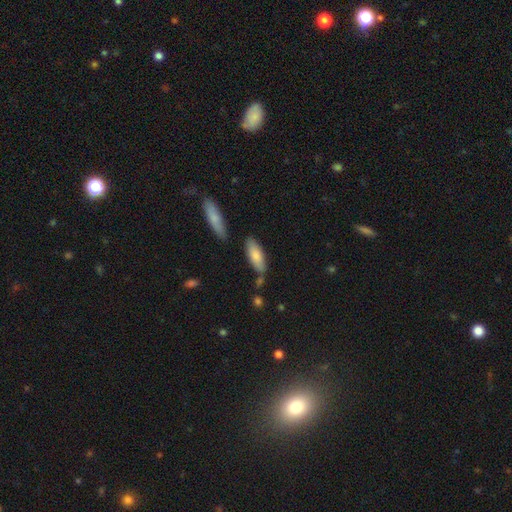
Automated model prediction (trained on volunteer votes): smooth-or-featured: smooth: 79% | featured or disk: 15% | star or artifact: 6%
  how-rounded: in between: 67% | cigar-shaped: 31% | round: 2%
  merging: none: 72% | minor disturbance: 16% | merger: 9% | major disturbance: 3%